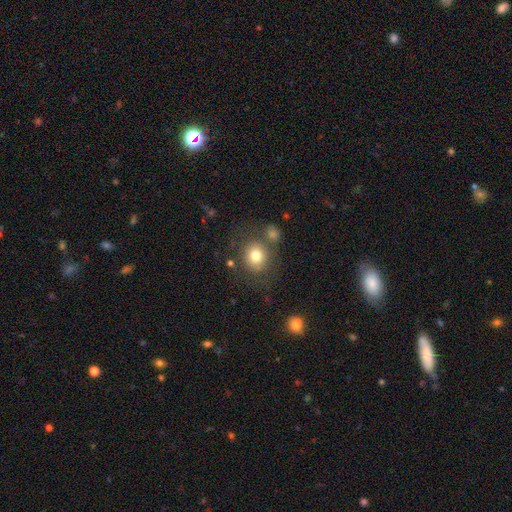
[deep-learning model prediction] The model was most divided on "merging": none: 71%, minor disturbance: 12%, merger: 11%, major disturbance: 6%. More confident: how rounded — round (80%); smooth or featured — smooth (78%).